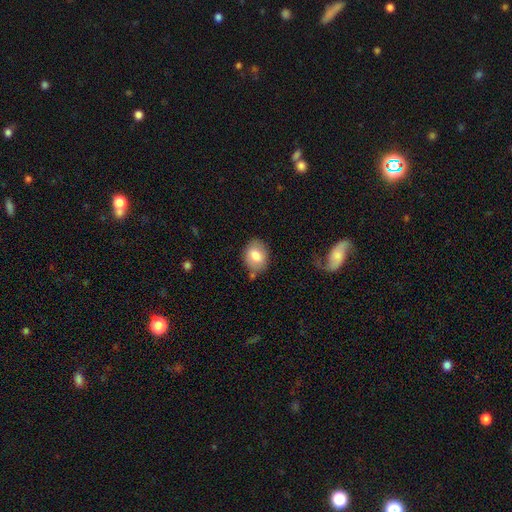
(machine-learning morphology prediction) A smooth galaxy with no disk features (77%) that is in between round and cigar-shaped (61%). Merging: none (75%).